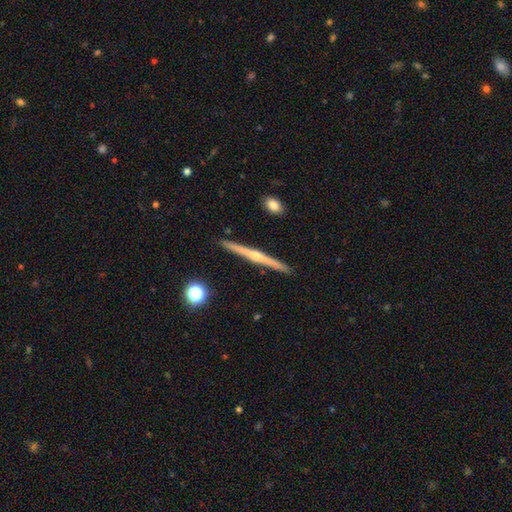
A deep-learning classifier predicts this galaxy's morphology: A featured or disk galaxy (75%) viewed edge-on (98%) with a rounded central bulge (78%).

Vote fractions:
- Smooth or featured? featured or disk: 75% / smooth: 18% / star or artifact: 6%
- Edge-on disk? yes: 98% / no: 2%
- Edge-on bulge? rounded: 78% / none: 16% / boxy: 5%
- Merging? none: 92% / minor disturbance: 6% / merger: 1% / major disturbance: 1%